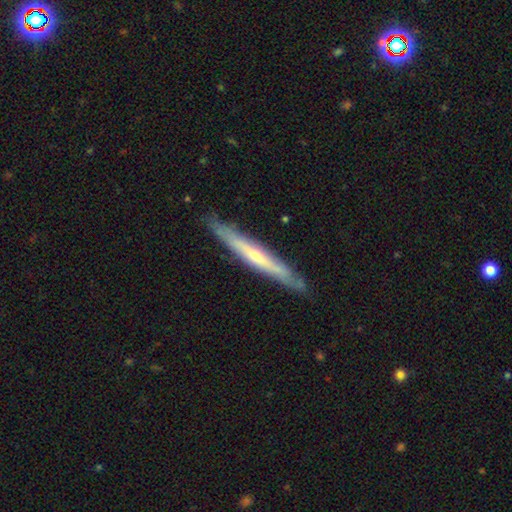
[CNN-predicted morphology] The model was most divided on "edge-on bulge": rounded: 61%, none: 35%, boxy: 4%. More confident: edge-on disk — yes (92%); merging — none (86%); smooth or featured — featured or disk (66%).